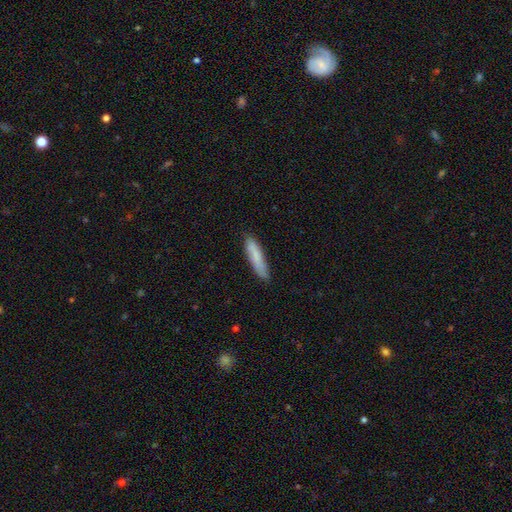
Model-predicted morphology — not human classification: Overall: smooth (76%). How rounded: cigar-shaped (84%). Merging: none (80%).